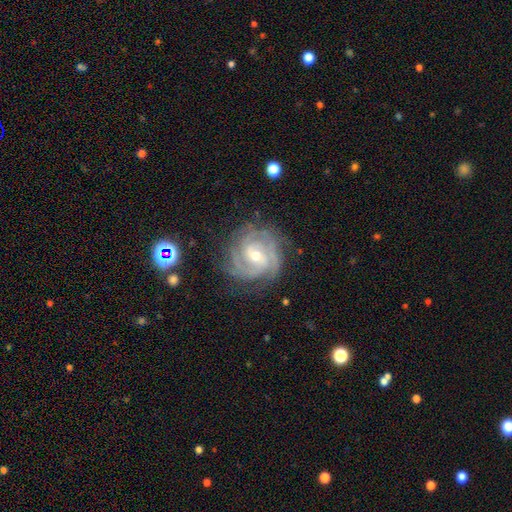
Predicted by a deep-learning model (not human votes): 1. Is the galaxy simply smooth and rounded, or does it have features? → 90% featured or disk, 6% star or artifact, 5% smooth.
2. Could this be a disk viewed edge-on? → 98% no, 2% yes.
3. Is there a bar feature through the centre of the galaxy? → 45% no, 42% weak, 13% strong.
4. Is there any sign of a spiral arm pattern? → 98% yes, 2% no.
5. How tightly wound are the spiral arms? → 69% tight, 27% medium, 4% loose.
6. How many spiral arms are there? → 36% 3, 20% 4, 18% can't tell, 16% 2, 6% more than 4, 5% 1.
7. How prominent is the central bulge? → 50% small, 47% moderate, 1% large, 1% none, 1% dominant.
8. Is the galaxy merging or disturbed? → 75% none, 17% minor disturbance, 7% major disturbance, 1% merger.